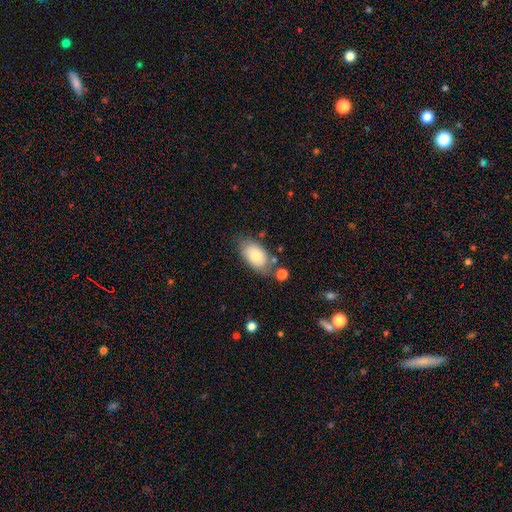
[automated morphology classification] The model was most divided on "merging": none: 66%, minor disturbance: 20%, merger: 8%, major disturbance: 6%. More confident: how rounded — in between (92%); smooth or featured — smooth (74%).